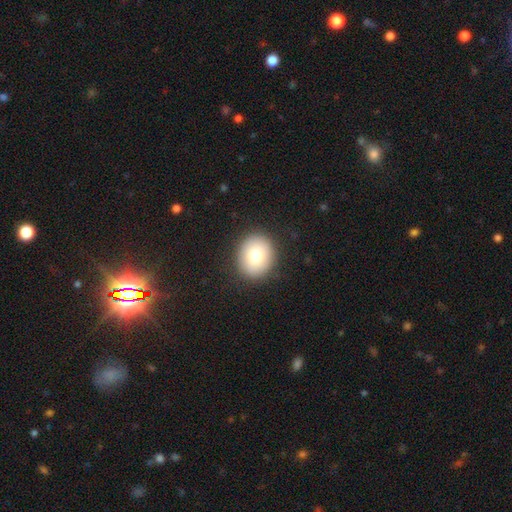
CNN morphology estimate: This appears to be a smooth galaxy with no disk features (80%) that is round (67%). Merging: none (89%).